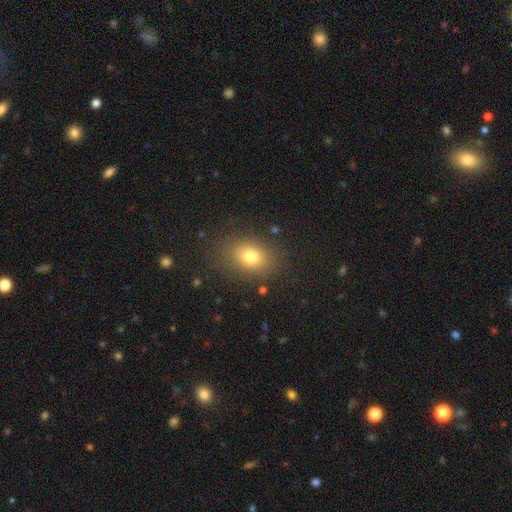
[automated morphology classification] A smooth galaxy with no disk features (69%) that is in between round and cigar-shaped (58%).

Vote fractions:
- Smooth or featured? smooth: 69% / star or artifact: 23% / featured or disk: 8%
- How rounded? in between: 58% / round: 40% / cigar-shaped: 1%
- Merging? none: 89% / minor disturbance: 7% / major disturbance: 2% / merger: 1%